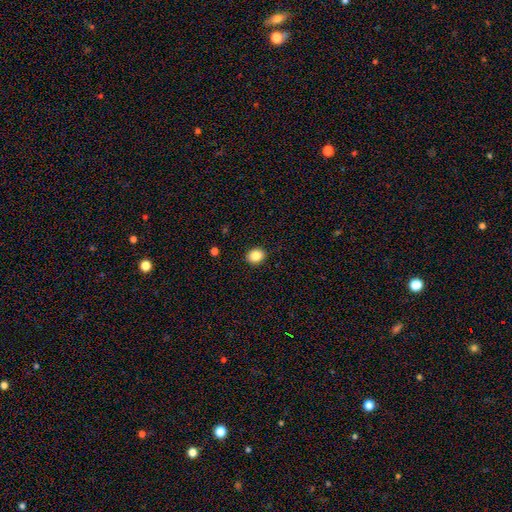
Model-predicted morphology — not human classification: smooth_or_featured: smooth (p=0.87) [alt: star or artifact p=0.09]
how_rounded: round (p=0.61) [alt: in between p=0.38]
merging: none (p=0.91) [alt: minor disturbance p=0.06]